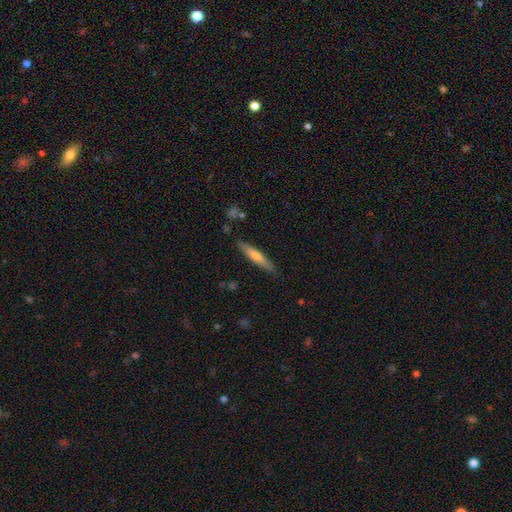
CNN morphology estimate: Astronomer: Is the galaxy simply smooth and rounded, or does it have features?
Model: smooth — 50% (runner-up: featured or disk, 44%).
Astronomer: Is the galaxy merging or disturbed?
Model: none — 86%.